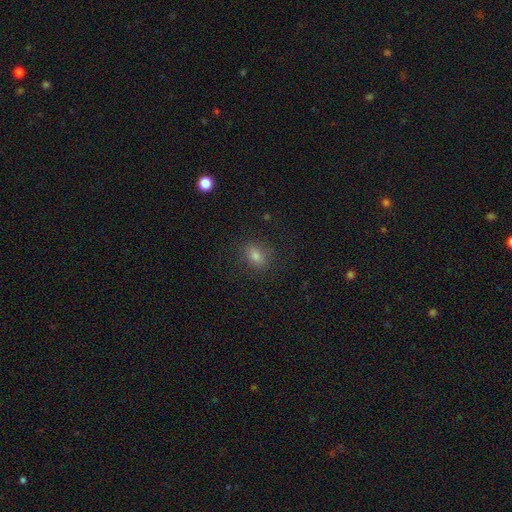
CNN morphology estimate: Q: Smooth or featured?
A: smooth (74%); runner-up: star or artifact (17%)
Q: How rounded?
A: in between (59%); runner-up: round (38%)
Q: Merging?
A: none (84%); runner-up: minor disturbance (11%)